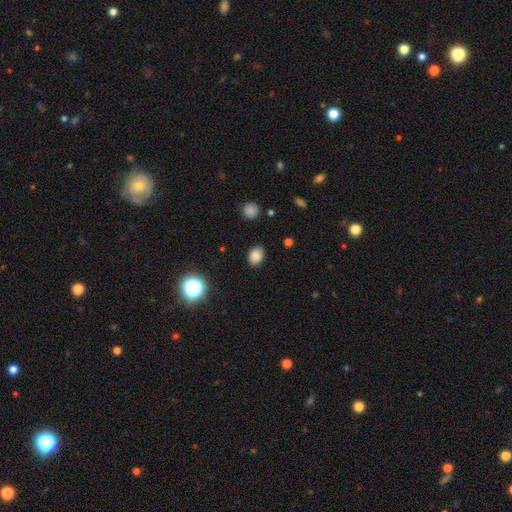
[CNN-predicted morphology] Overall: smooth (83%). How rounded: in between (60%; round 39%). Merging: none (85%).